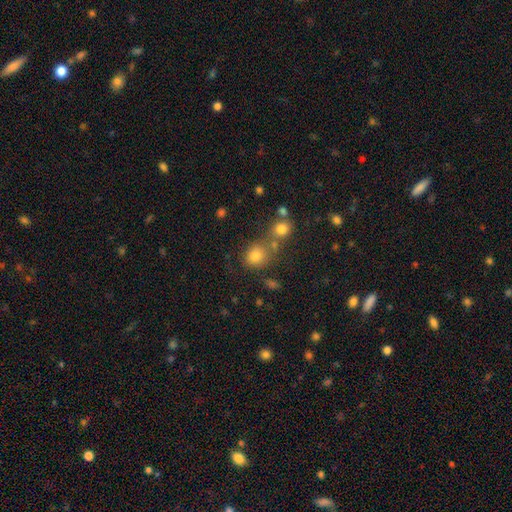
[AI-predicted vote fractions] Smooth or featured? Predicted: smooth (p=0.78). How rounded? Predicted: round (p=0.70). Merging? Predicted: none (p=0.53).